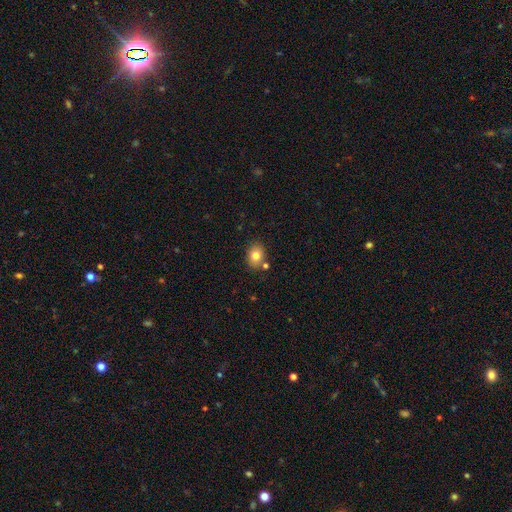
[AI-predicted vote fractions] This is likely a smooth galaxy (80%). How rounded: likely in between (64%). Merging: likely none (78%).